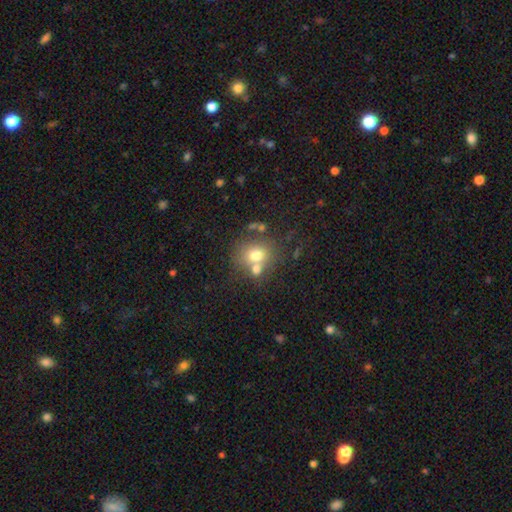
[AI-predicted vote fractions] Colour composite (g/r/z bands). It shows a smooth galaxy with no disk features (70%) that is round (70%). Merging: none (48%).